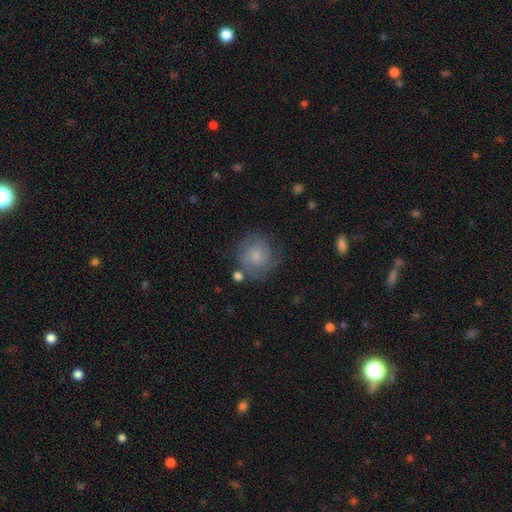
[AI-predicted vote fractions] smooth-or-featured: featured or disk: 51% | smooth: 40% | star or artifact: 8%
  disk-edge-on: no: 97% | yes: 3%
  merging: none: 68% | minor disturbance: 18% | major disturbance: 9% | merger: 4%